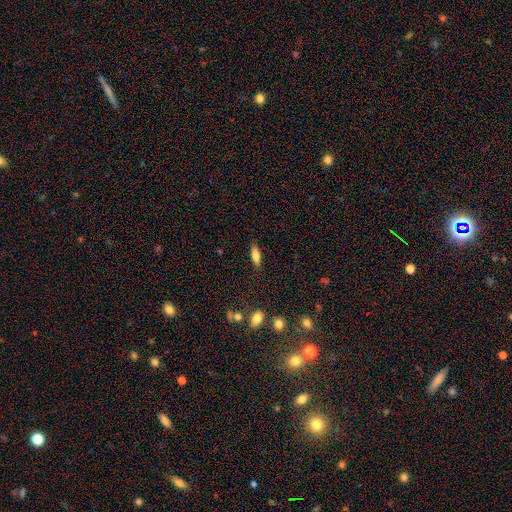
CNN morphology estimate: type=smooth (78%); roundness=in between (61%); merging=none (83%).